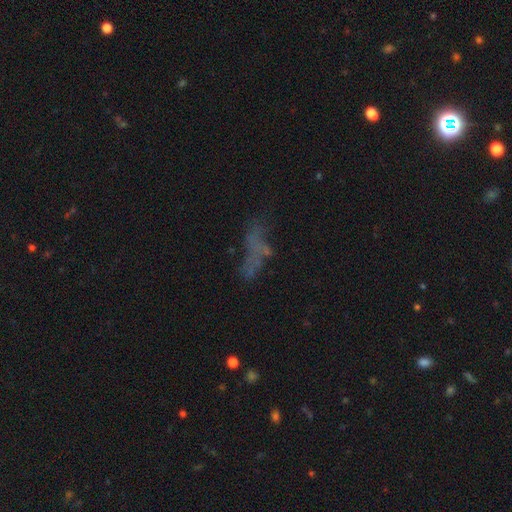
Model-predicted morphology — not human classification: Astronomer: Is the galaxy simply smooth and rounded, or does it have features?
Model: smooth — 39% (runner-up: featured or disk, 33%).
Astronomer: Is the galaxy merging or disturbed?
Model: none — 48% (runner-up: major disturbance, 25%).